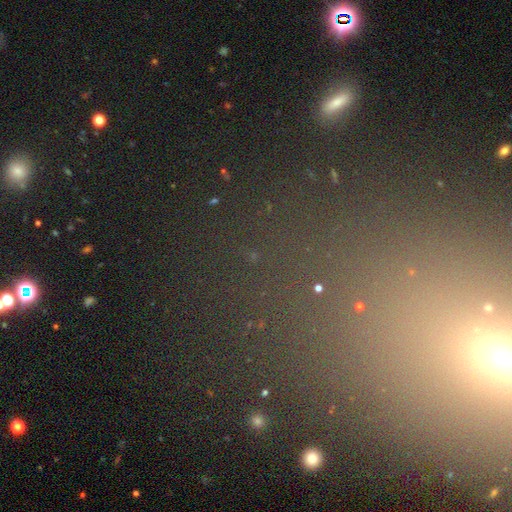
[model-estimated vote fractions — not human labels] Smooth or featured? star or artifact (67%)